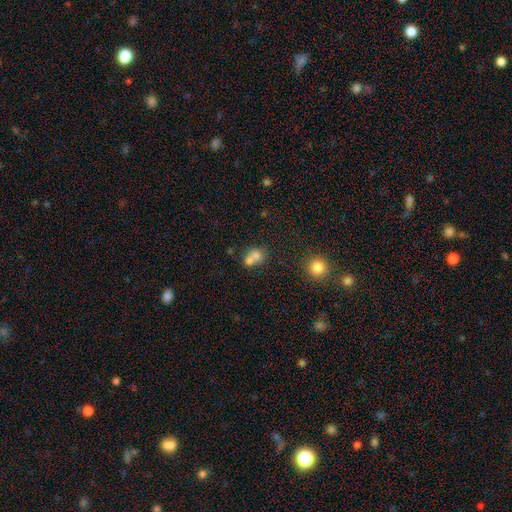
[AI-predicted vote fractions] Smooth or featured? smooth (72%)
How rounded? round (63%)
Merging? merger (60%)